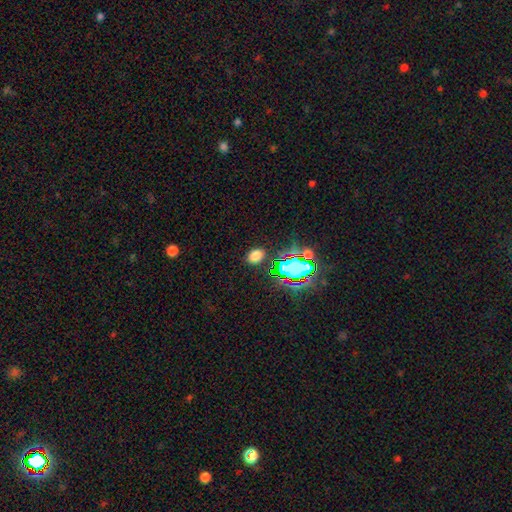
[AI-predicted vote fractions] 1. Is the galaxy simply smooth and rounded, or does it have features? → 71% smooth, 23% star or artifact, 6% featured or disk.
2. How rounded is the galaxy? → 69% in between, 29% round, 2% cigar-shaped.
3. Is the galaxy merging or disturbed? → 85% none, 9% minor disturbance, 3% major disturbance, 3% merger.